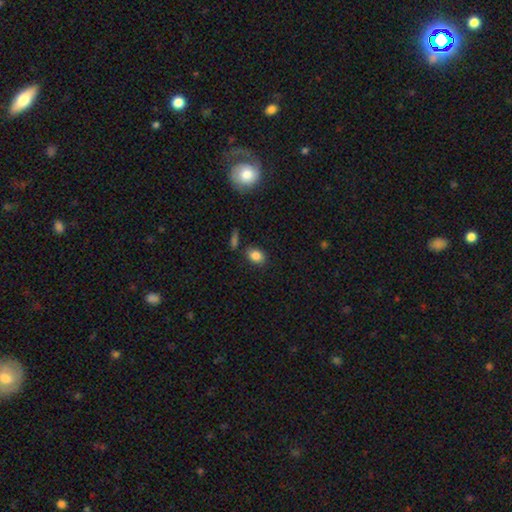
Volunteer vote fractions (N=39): Morphology: type=smooth (92%); roundness=in between (61%); merging=none (84%).